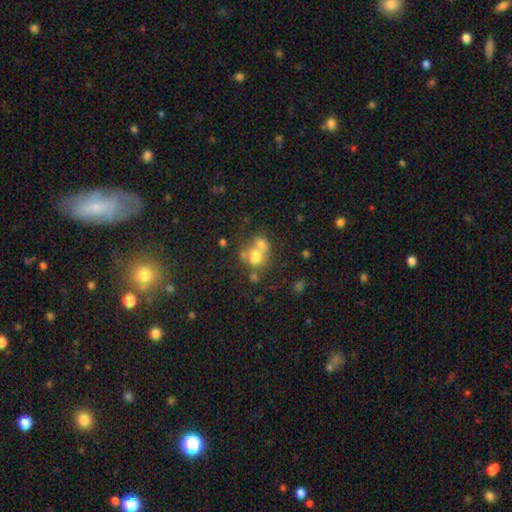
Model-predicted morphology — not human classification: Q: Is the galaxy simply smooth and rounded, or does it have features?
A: smooth — 67%.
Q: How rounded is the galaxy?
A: round — 66%.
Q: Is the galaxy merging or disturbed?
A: merger — 58%.